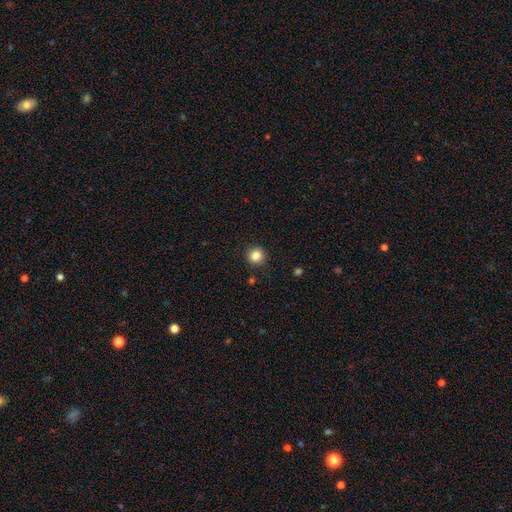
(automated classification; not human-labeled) Morphology: type=smooth (84%); roundness=round (94%); merging=none (91%).